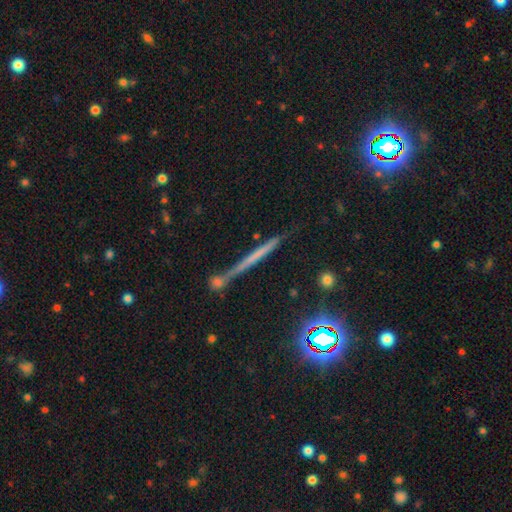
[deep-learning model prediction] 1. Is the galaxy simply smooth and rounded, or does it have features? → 47% featured or disk, 35% smooth, 18% star or artifact.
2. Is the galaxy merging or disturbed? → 73% none, 13% minor disturbance, 10% merger, 4% major disturbance.